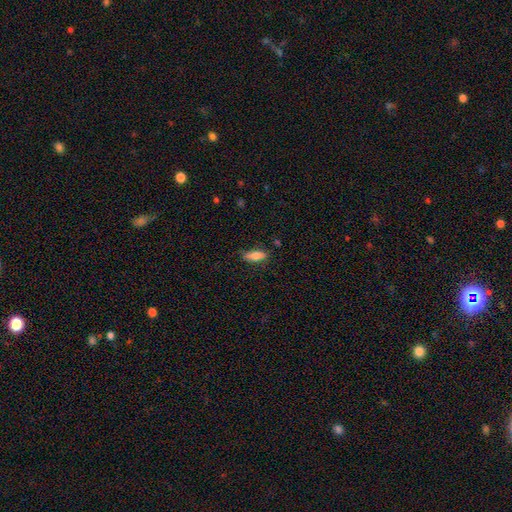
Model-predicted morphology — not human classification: Smooth or featured? Predicted: smooth (p=0.78). How rounded? Predicted: in between (p=0.62). Merging? Predicted: none (p=0.80).